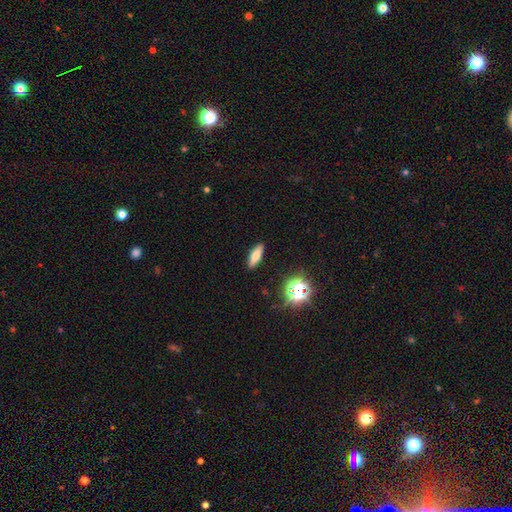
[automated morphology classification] Smooth or featured? Predicted: smooth (p=0.70). How rounded? Predicted: cigar-shaped (p=0.56). Merging? Predicted: none (p=0.90).